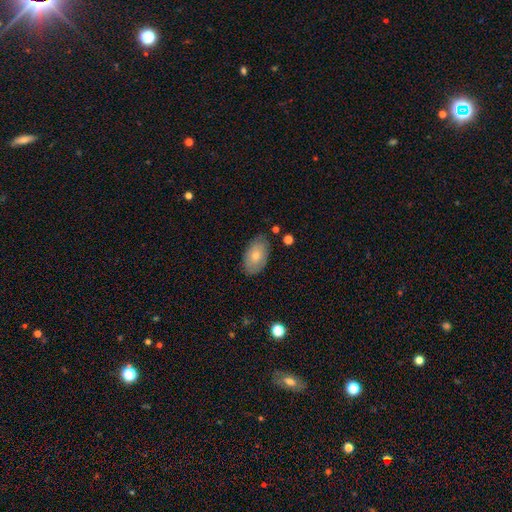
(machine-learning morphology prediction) smooth-or-featured: smooth: 71% | featured or disk: 22% | star or artifact: 6%
  how-rounded: in between: 93% | round: 6% | cigar-shaped: 1%
  merging: none: 79% | minor disturbance: 17% | major disturbance: 3% | merger: 2%